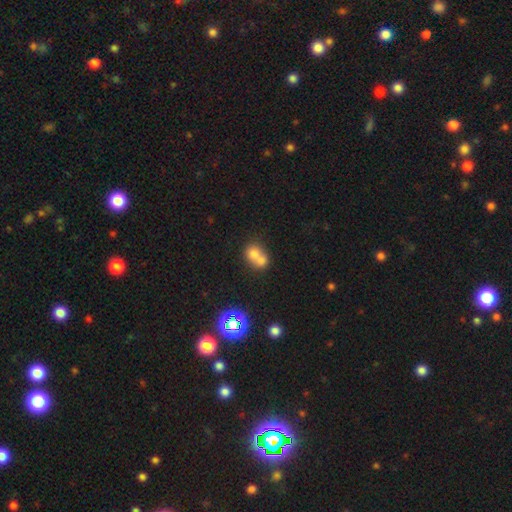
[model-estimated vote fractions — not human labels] A smooth galaxy with no disk features (69%) that is round (67%).

Vote fractions:
- Smooth or featured? smooth: 69% / featured or disk: 18% / star or artifact: 13%
- How rounded? round: 67% / in between: 32% / cigar-shaped: 1%
- Merging? merger: 70% / none: 23% / minor disturbance: 5% / major disturbance: 2%